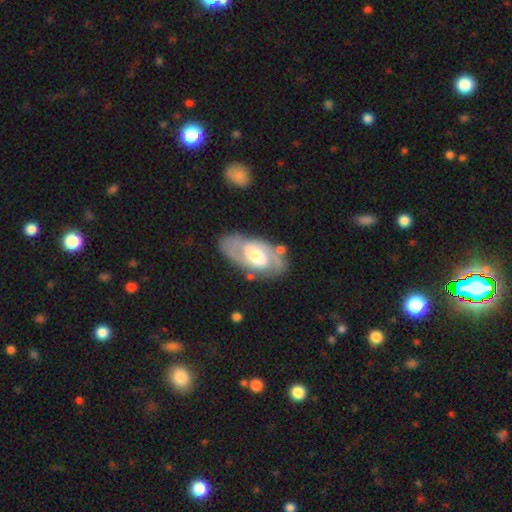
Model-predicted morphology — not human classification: The model was most divided on "spiral winding": medium: 49%, tight: 38%, loose: 13%. More confident: edge-on disk — no (95%); spiral arms — yes (93%); spiral arm count — 2 (86%); smooth or featured — featured or disk (83%); merging — none (74%); bulge size — moderate (54%); bar — weak (51%).